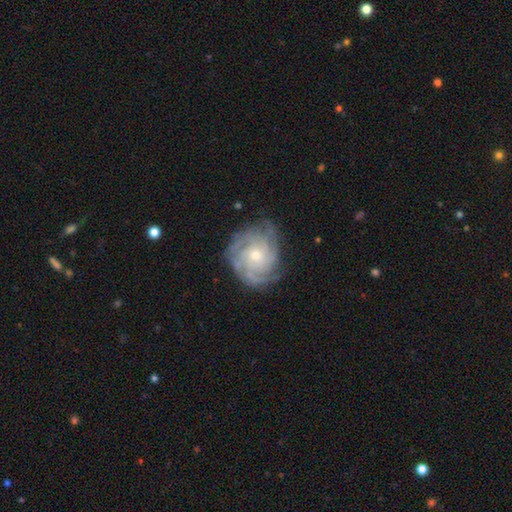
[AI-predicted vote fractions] smooth_or_featured: featured or disk (p=0.84) [alt: smooth p=0.09]
disk_edge_on: no (p=0.97) [alt: yes p=0.03]
bar: no (p=0.76) [alt: weak p=0.21]
has_spiral_arms: yes (p=0.96) [alt: no p=0.04]
spiral_winding: tight (p=0.72) [alt: medium p=0.23]
spiral_arm_count: can't tell (p=0.30) [alt: 4 p=0.26]
bulge_size: small (p=0.55) [alt: moderate p=0.41]
merging: none (p=0.78) [alt: minor disturbance p=0.16]